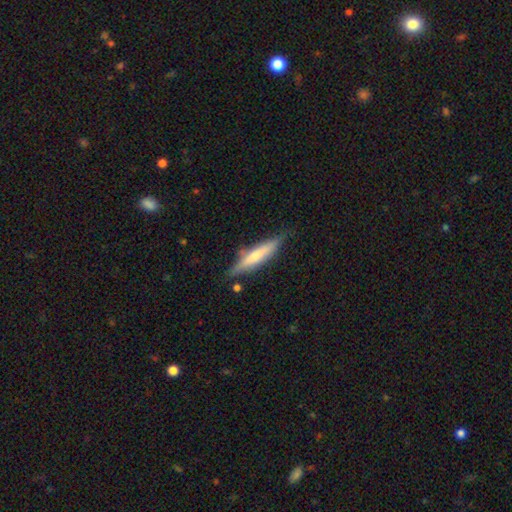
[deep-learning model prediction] A smooth galaxy with no disk features (55%) that is cigar-shaped (84%). Merging: none (75%).